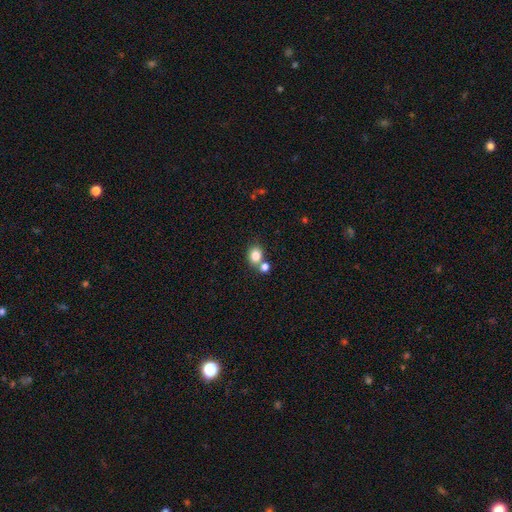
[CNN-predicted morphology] smooth 83%, star or artifact 11%, featured or disk 7%. Down the decision tree: how rounded — round (54%); merging — none (56%).